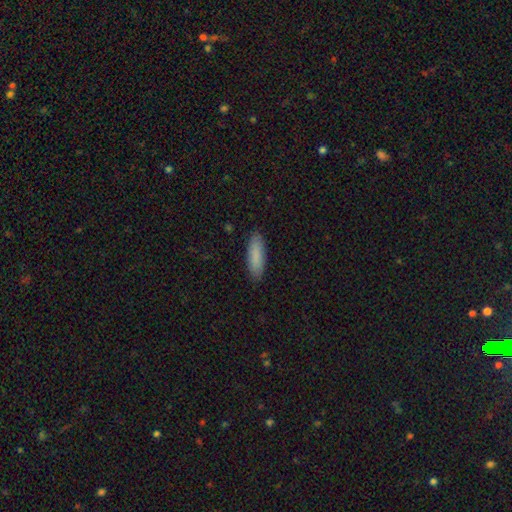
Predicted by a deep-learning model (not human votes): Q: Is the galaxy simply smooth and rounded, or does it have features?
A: smooth — 88%.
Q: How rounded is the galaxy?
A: cigar-shaped — 51%.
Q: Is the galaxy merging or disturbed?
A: none — 89%.